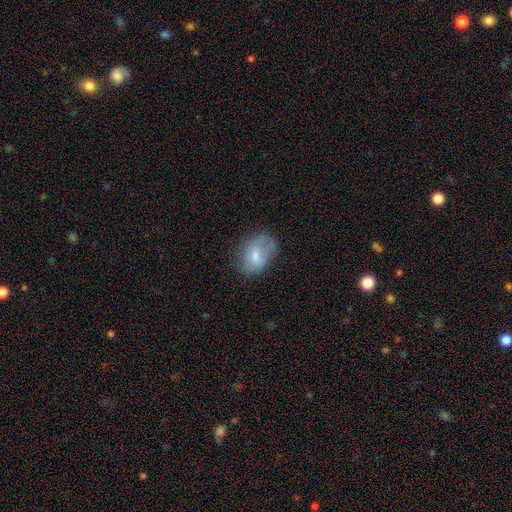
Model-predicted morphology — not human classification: This appears to be a smooth galaxy with no disk features (68%) that is in between round and cigar-shaped (79%). Merging: none (58%).